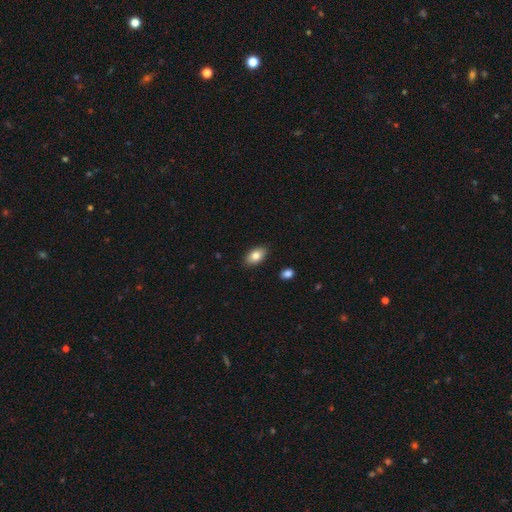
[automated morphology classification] A smooth galaxy with no disk features (82%) that is in between round and cigar-shaped (92%).

Vote fractions:
- Smooth or featured? smooth: 82% / featured or disk: 11% / star or artifact: 7%
- How rounded? in between: 92% / round: 7% / cigar-shaped: 2%
- Merging? none: 88% / minor disturbance: 9% / major disturbance: 2% / merger: 1%